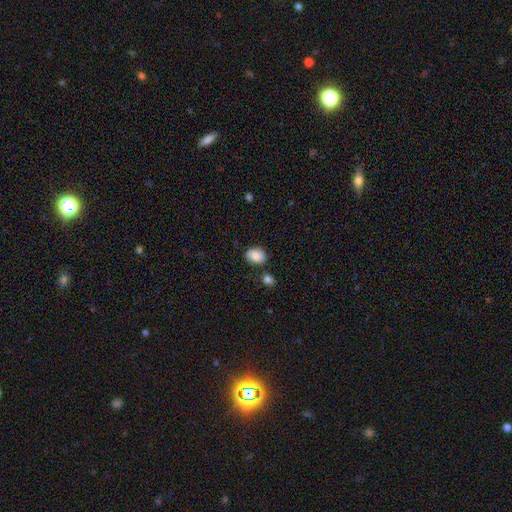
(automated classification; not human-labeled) This is clearly a smooth galaxy (85%). How rounded: likely in between (72%). Merging: likely none (79%).